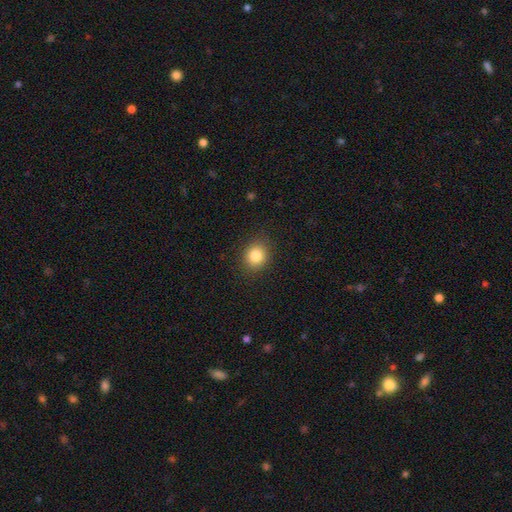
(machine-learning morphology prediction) type=smooth (84%); roundness=round (74%); merging=none (88%).